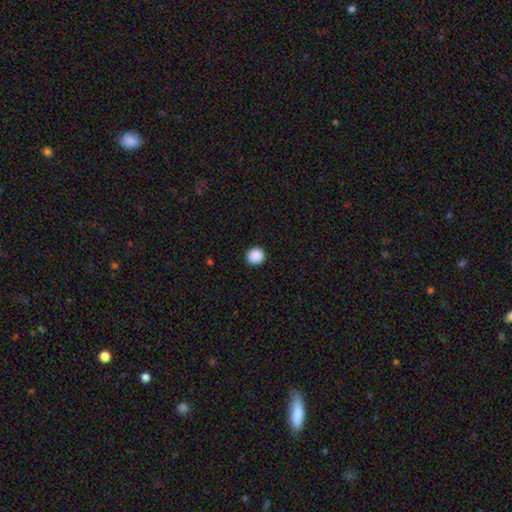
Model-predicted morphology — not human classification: Smooth or featured: smooth — 89% (star or artifact — 9%)
How rounded: round — 90% (in between — 9%)
Merging: none — 92% (minor disturbance — 5%)